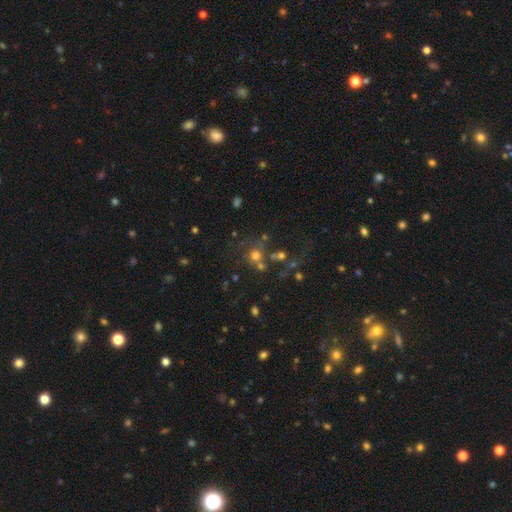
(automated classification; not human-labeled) Smooth or featured: smooth — 62% (star or artifact — 24%)
How rounded: round — 88% (in between — 11%)
Merging: none — 57% (merger — 24%)